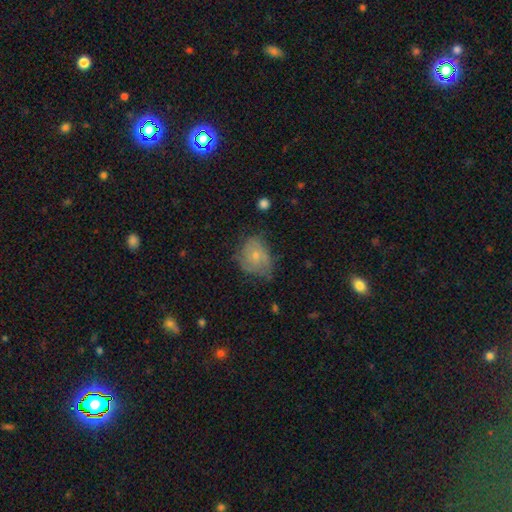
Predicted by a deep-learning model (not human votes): A smooth galaxy with no disk features (53%) that is round (56%).

Vote fractions:
- Smooth or featured? smooth: 53% / featured or disk: 38% / star or artifact: 9%
- How rounded? round: 56% / in between: 43% / cigar-shaped: 1%
- Merging? none: 47% / minor disturbance: 36% / major disturbance: 15% / merger: 2%